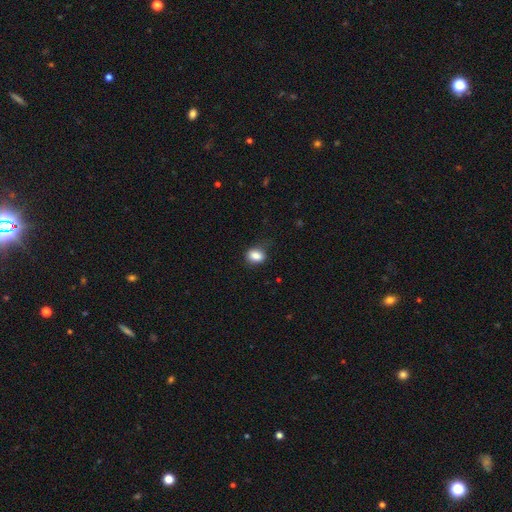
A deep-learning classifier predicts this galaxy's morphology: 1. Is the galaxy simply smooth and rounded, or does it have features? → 86% smooth, 9% star or artifact, 5% featured or disk.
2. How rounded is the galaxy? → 69% in between, 29% round, 1% cigar-shaped.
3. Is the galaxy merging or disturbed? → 71% none, 22% minor disturbance, 6% major disturbance, 1% merger.